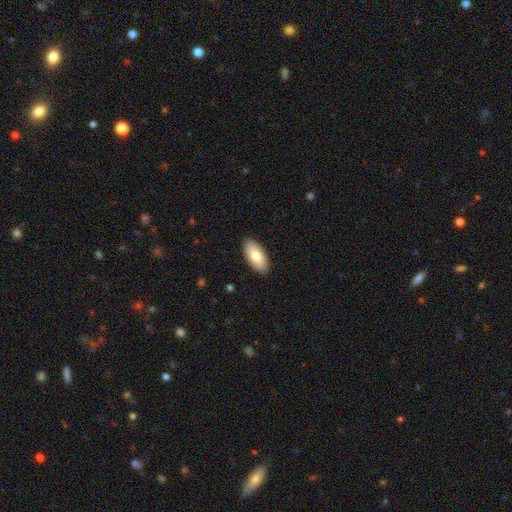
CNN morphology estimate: The model was most divided on "smooth or featured": smooth: 78%, featured or disk: 16%, star or artifact: 5%. More confident: how rounded — in between (91%); merging — none (90%).